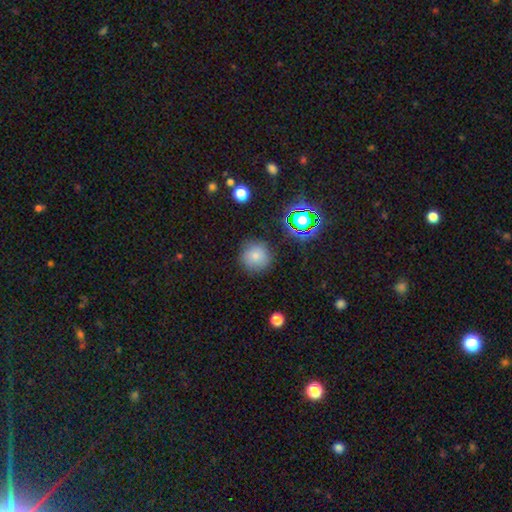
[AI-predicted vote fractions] Smooth or featured? Predicted: smooth (p=0.77). How rounded? Predicted: round (p=0.94). Merging? Predicted: none (p=0.85).